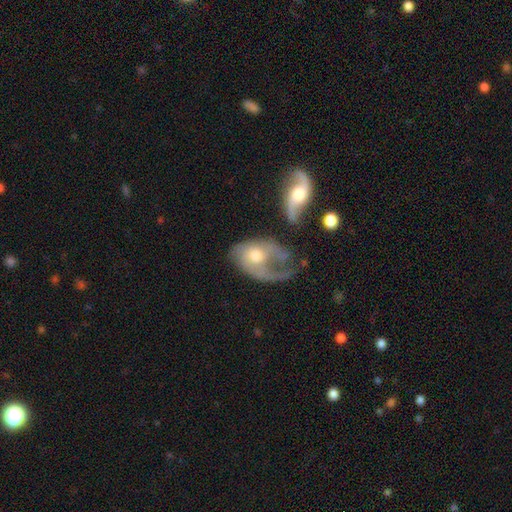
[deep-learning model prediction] Smooth or featured? featured or disk (60%)
Edge-on disk? no (95%)
Bar? no (76%)
Spiral arms? yes (59%)
Bulge size? moderate (66%)
Merging? major disturbance (49%)